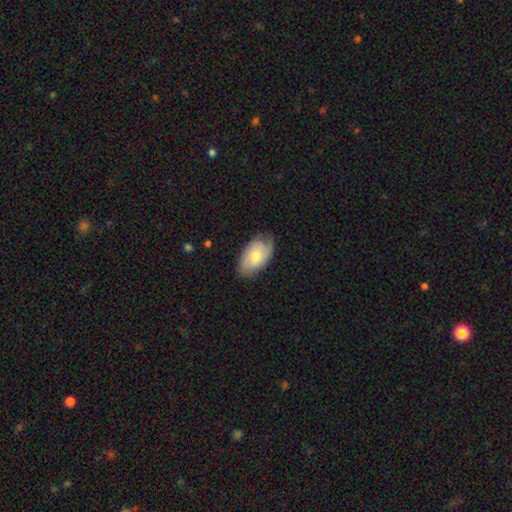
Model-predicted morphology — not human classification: This appears to be a smooth galaxy with no disk features (60%) that is in between round and cigar-shaped (93%). Merging: none (75%).